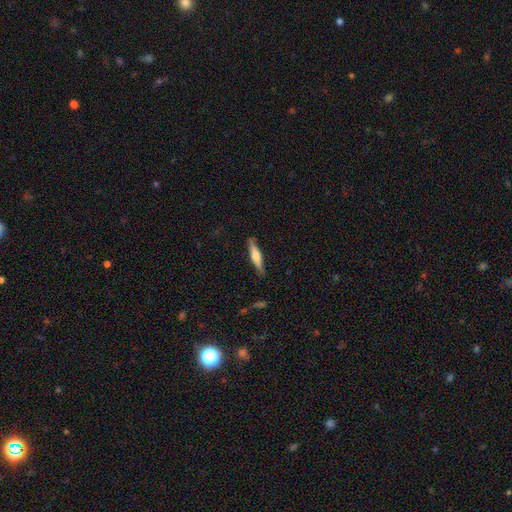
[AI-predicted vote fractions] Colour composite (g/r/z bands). It shows a smooth galaxy with no disk features (49%). Merging: none (86%).